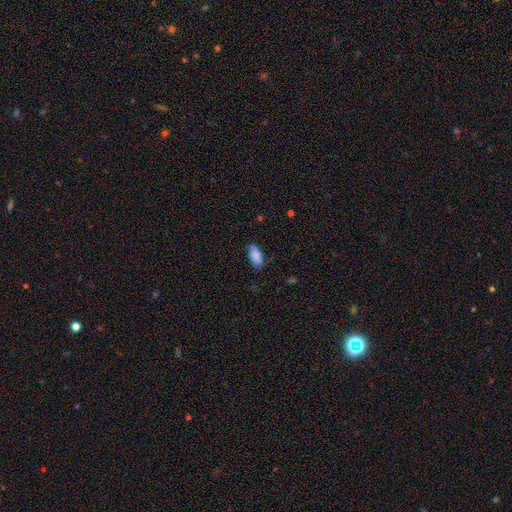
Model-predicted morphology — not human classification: A smooth galaxy with no disk features (87%) that is in between round and cigar-shaped (87%). Merging: none (75%).